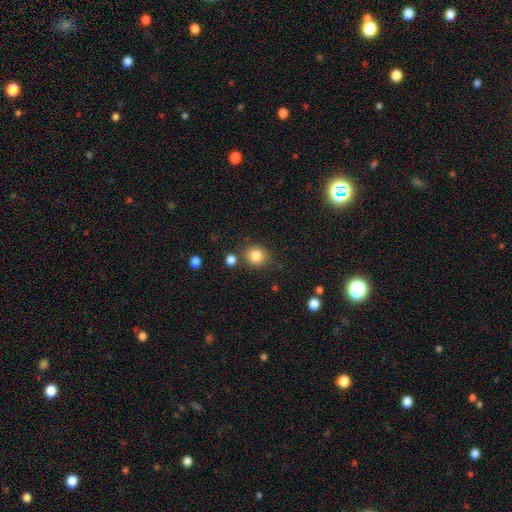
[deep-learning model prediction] Smooth or featured? Predicted: smooth (p=0.84). How rounded? Predicted: round (p=0.85). Merging? Predicted: none (p=0.82).